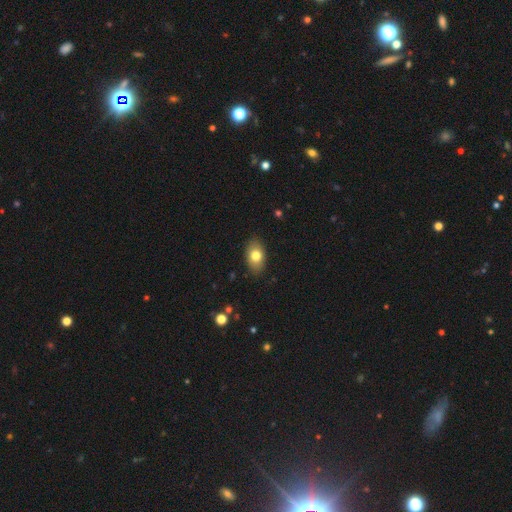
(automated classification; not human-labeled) Smooth or featured: smooth — 78% (featured or disk — 14%)
How rounded: in between — 86% (round — 12%)
Merging: none — 87% (minor disturbance — 10%)